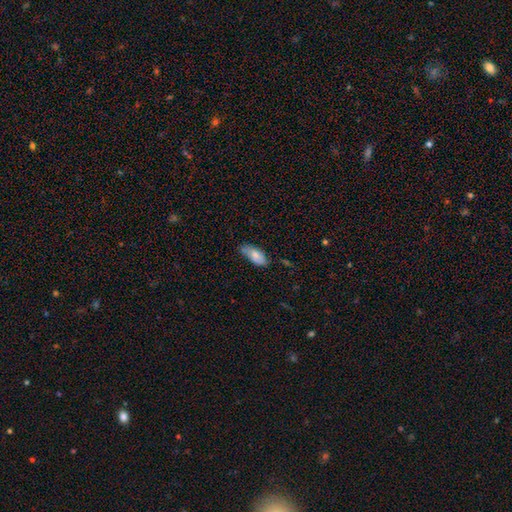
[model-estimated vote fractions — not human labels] smooth 75%, featured or disk 18%, star or artifact 7%. Down the decision tree: how rounded — in between (88%); merging — none (58%).